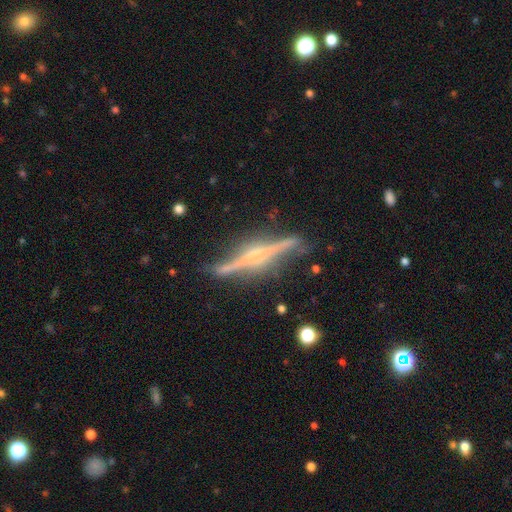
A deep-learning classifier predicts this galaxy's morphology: A featured or disk galaxy (85%) viewed edge-on (97%) with a rounded central bulge (71%). Merging: none (78%).